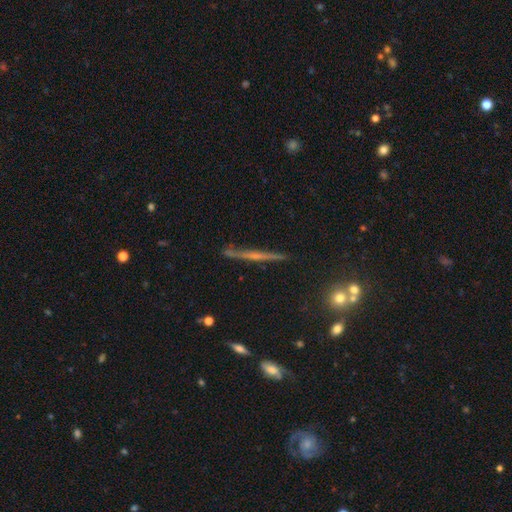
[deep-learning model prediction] A featured or disk galaxy (70%) viewed edge-on (97%) with a rounded central bulge (46%). Merging: none (85%).